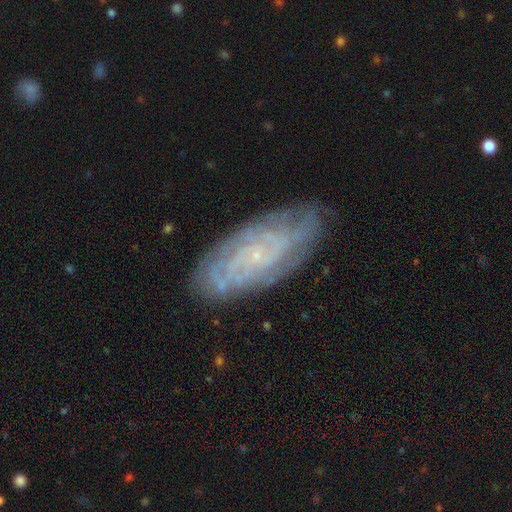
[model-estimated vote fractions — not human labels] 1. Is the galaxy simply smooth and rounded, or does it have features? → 81% featured or disk, 11% smooth, 7% star or artifact.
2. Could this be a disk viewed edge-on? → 93% no, 7% yes.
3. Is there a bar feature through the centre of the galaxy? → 70% no, 24% weak, 6% strong.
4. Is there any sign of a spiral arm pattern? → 95% yes, 5% no.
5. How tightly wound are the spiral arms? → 73% tight, 22% medium, 5% loose.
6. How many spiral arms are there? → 38% can't tell, 16% 2, 15% 4, 13% 3, 11% more than 4, 7% 1.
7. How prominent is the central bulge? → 85% small, 7% moderate, 6% none, 1% large, 1% dominant.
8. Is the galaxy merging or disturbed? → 80% none, 15% minor disturbance, 4% major disturbance, 1% merger.